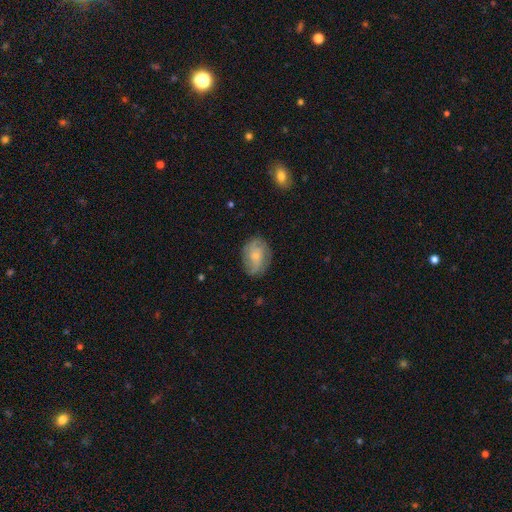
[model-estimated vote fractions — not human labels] smooth_or_featured: featured or disk (p=0.49) [alt: smooth p=0.44]
merging: none (p=0.73) [alt: minor disturbance p=0.20]